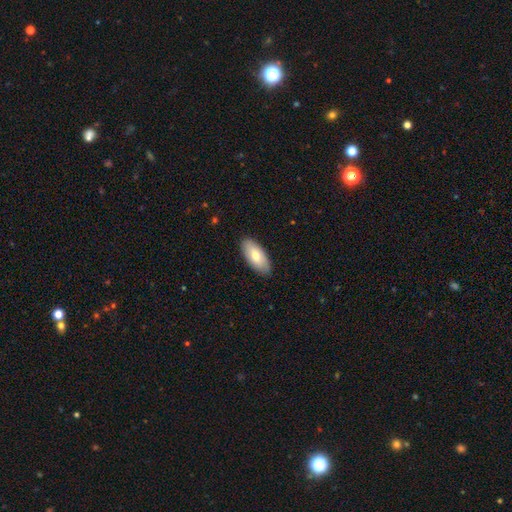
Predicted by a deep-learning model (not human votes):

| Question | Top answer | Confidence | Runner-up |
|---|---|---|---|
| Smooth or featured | smooth | 72% | featured or disk (22%) |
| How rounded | in between | 89% | cigar-shaped (9%) |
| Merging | none | 88% | minor disturbance (10%) |